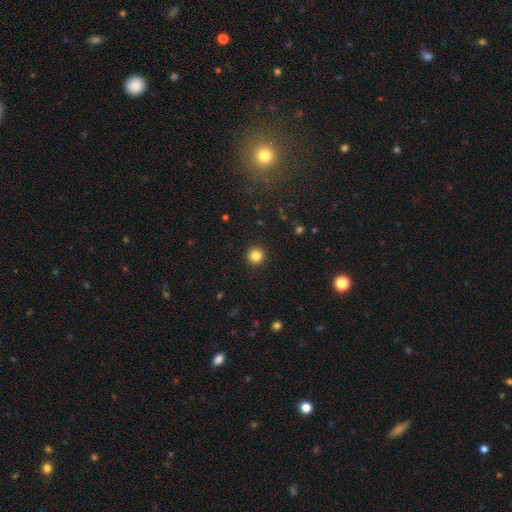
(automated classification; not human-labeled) Smooth or featured: smooth — 84% (star or artifact — 12%)
How rounded: round — 96% (in between — 3%)
Merging: none — 93% (minor disturbance — 4%)